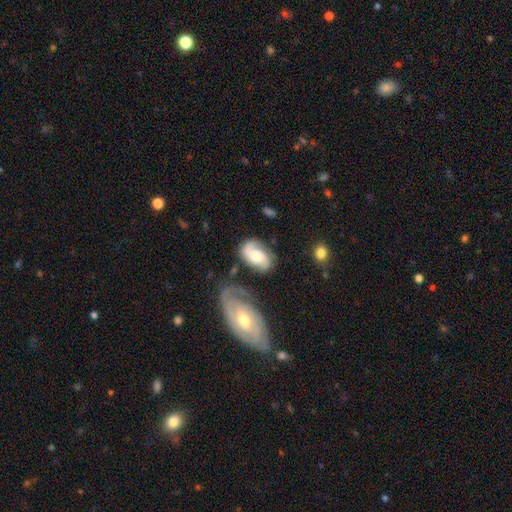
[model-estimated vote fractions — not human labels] A featured or disk galaxy (69%) with no bar (61%), 2 (78%) medium (43%) spiral arms (92%) and a moderate central bulge (54%).

Vote fractions:
- Smooth or featured? featured or disk: 69% / smooth: 24% / star or artifact: 6%
- Edge-on disk? no: 96% / yes: 4%
- Bar? no: 61% / weak: 31% / strong: 8%
- Spiral arms? yes: 92% / no: 8%
- Spiral winding? medium: 43% / tight: 31% / loose: 25%
- Spiral arm count? 2: 78% / can't tell: 9% / 1: 7% / 3: 3% / 4: 1% / more than 4: 1%
- Bulge size? moderate: 54% / small: 28% / large: 12% / none: 4% / dominant: 2%
- Merging? none: 57% / minor disturbance: 22% / major disturbance: 11% / merger: 10%